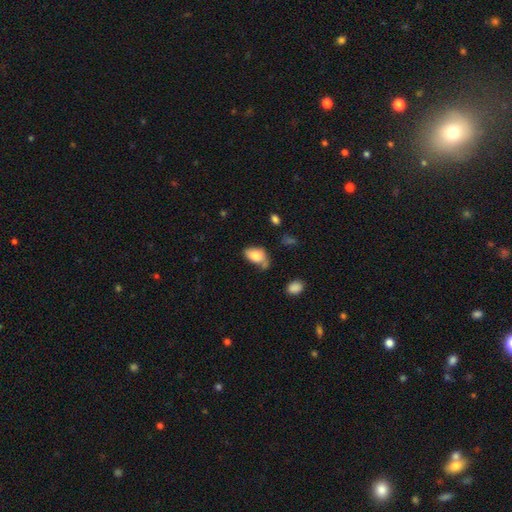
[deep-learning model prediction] Smooth or featured: smooth — 82% (featured or disk — 11%)
How rounded: in between — 90% (round — 8%)
Merging: none — 44% (minor disturbance — 28%)